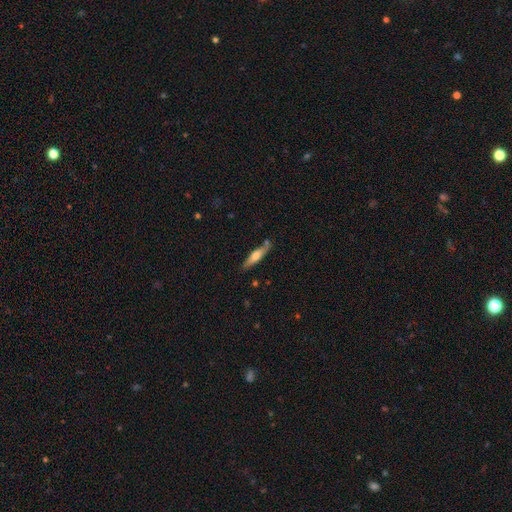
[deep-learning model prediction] A smooth galaxy with no disk features (52%) that is cigar-shaped (80%). Merging: none (78%).